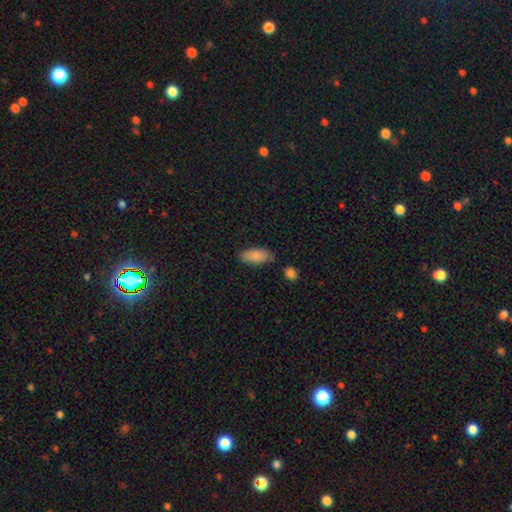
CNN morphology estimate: Smooth or featured?
  - smooth: 86% *
  - featured or disk: 7%
  - star or artifact: 7%
How rounded?
  - in between: 90% *
  - cigar-shaped: 8%
  - round: 2%
Merging?
  - none: 71% *
  - minor disturbance: 19%
  - merger: 6%
  - major disturbance: 4%